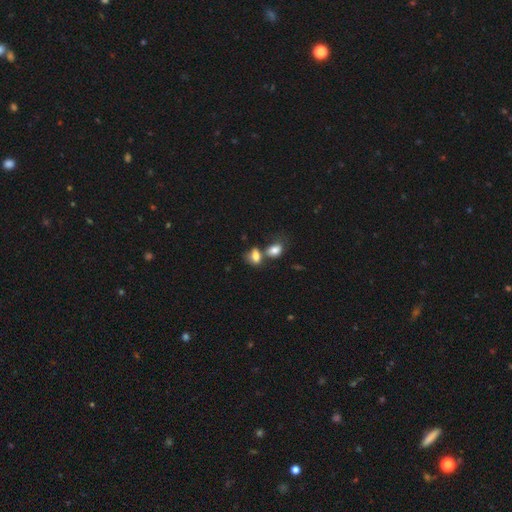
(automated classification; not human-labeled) A smooth galaxy with no disk features (78%) that is in between round and cigar-shaped (76%). Merging: merger (48%).